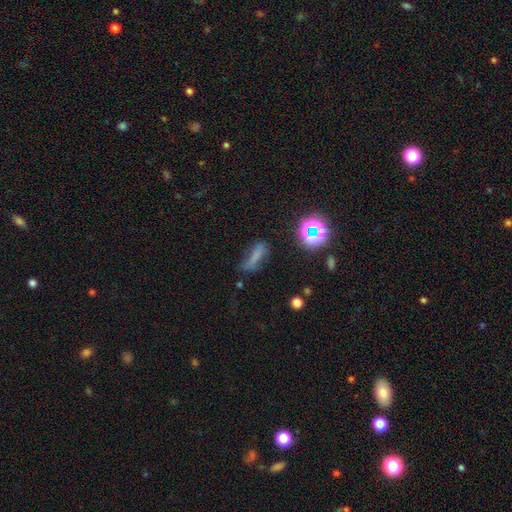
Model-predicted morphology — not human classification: smooth_or_featured: smooth (p=0.59) [alt: star or artifact p=0.24]
how_rounded: cigar-shaped (p=0.54) [alt: in between p=0.38]
merging: none (p=0.47) [alt: minor disturbance p=0.27]